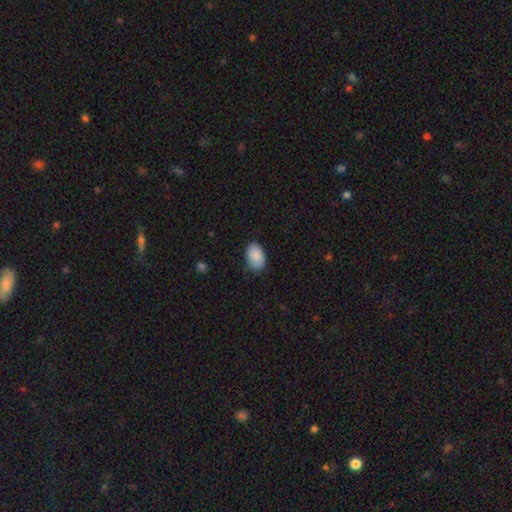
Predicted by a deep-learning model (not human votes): smooth 89%, star or artifact 6%, featured or disk 5%. Down the decision tree: how rounded — in between (90%); merging — none (82%).